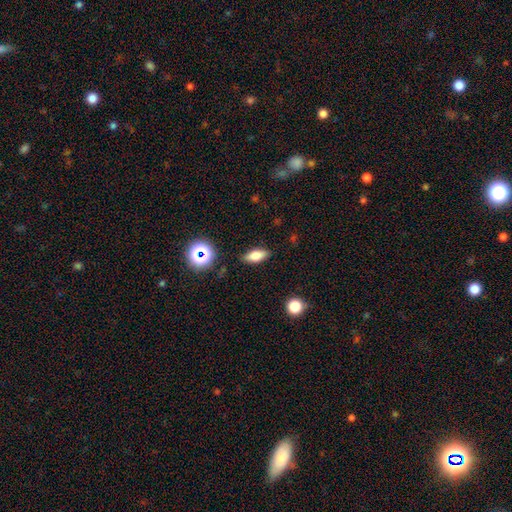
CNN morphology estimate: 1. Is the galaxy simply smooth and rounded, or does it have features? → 70% smooth, 19% featured or disk, 11% star or artifact.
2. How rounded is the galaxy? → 73% in between, 20% cigar-shaped, 6% round.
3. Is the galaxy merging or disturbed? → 86% none, 9% minor disturbance, 3% major disturbance, 2% merger.